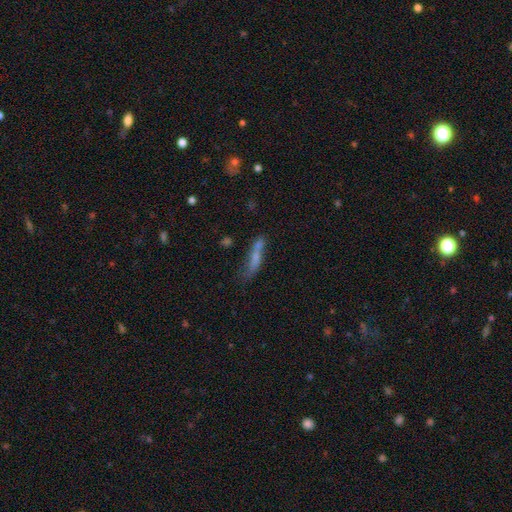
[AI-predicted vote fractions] Q: Smooth or featured?
A: smooth (58%); runner-up: featured or disk (30%)
Q: How rounded?
A: cigar-shaped (78%); runner-up: in between (19%)
Q: Merging?
A: none (45%); runner-up: minor disturbance (22%)